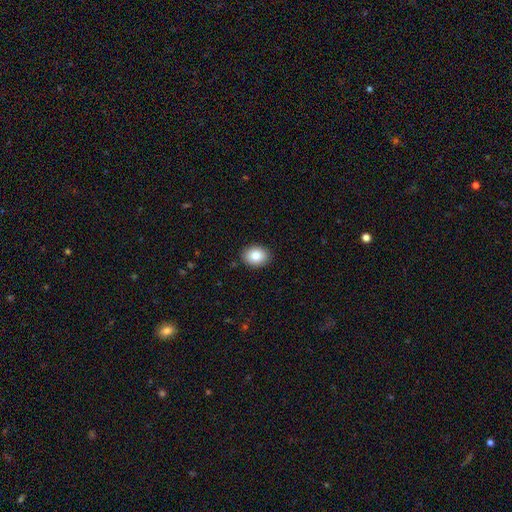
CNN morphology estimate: A smooth galaxy with no disk features (86%) that is in between round and cigar-shaped (60%).

Vote fractions:
- Smooth or featured? smooth: 86% / star or artifact: 8% / featured or disk: 6%
- How rounded? in between: 60% / round: 39% / cigar-shaped: 1%
- Merging? none: 89% / minor disturbance: 8% / major disturbance: 2% / merger: 1%